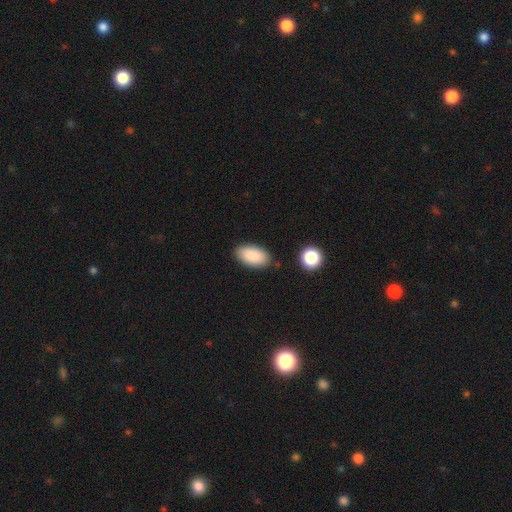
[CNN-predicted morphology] This appears to be a smooth galaxy with no disk features (89%) that is in between round and cigar-shaped (95%). Merging: none (85%).